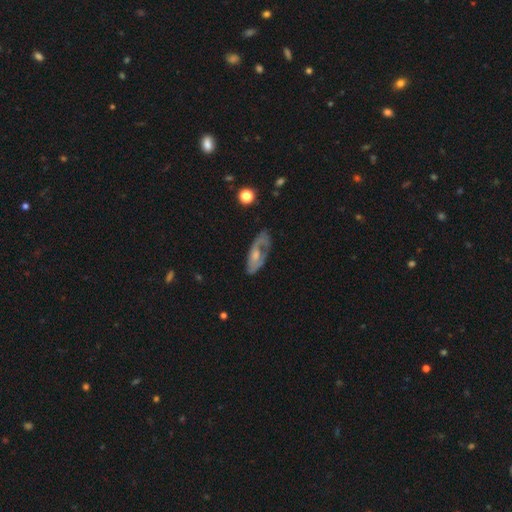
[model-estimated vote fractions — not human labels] featured or disk 61%, smooth 32%, star or artifact 7%. Down the decision tree: edge-on disk — no (84%); bar — no (71%); spiral arms — yes (60%); bulge size — moderate (48%); merging — none (52%).